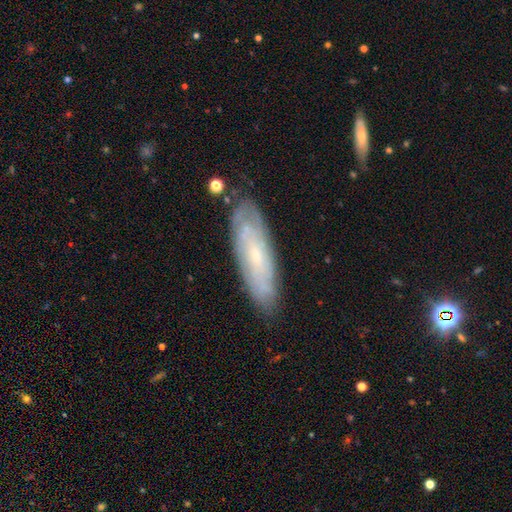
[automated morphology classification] The model was most divided on "smooth or featured": featured or disk: 64%, smooth: 28%, star or artifact: 8%. More confident: merging — none (81%); edge-on disk — no (77%).